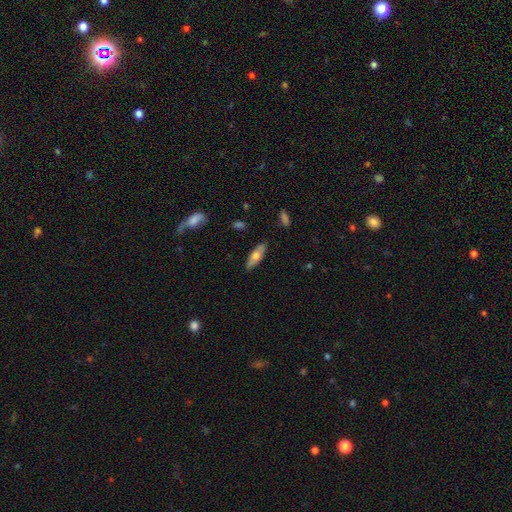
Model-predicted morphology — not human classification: Smooth or featured? smooth (62%)
How rounded? in between (62%)
Merging? none (84%)